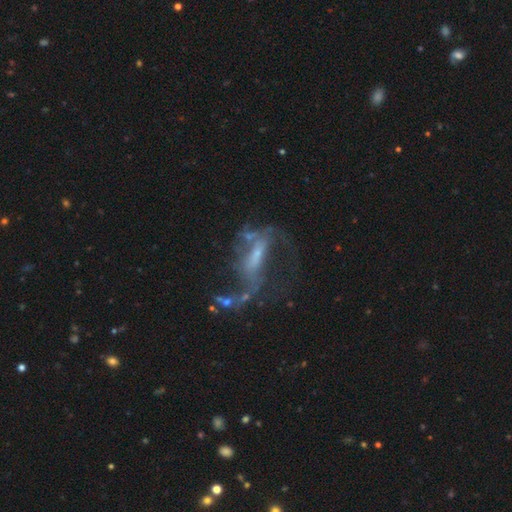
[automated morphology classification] Smooth or featured?
  - featured or disk: 70% *
  - smooth: 17%
  - star or artifact: 13%
Edge-on disk?
  - no: 88% *
  - yes: 12%
Bar?
  - weak: 35% *
  - strong: 34%
  - no: 31%
Spiral arms?
  - yes: 63% *
  - no: 37%
Bulge size?
  - small: 47% *
  - none: 25%
  - moderate: 23%
  - large: 4%
  - dominant: 2%
Merging?
  - major disturbance: 39% *
  - none: 34%
  - minor disturbance: 15%
  - merger: 11%